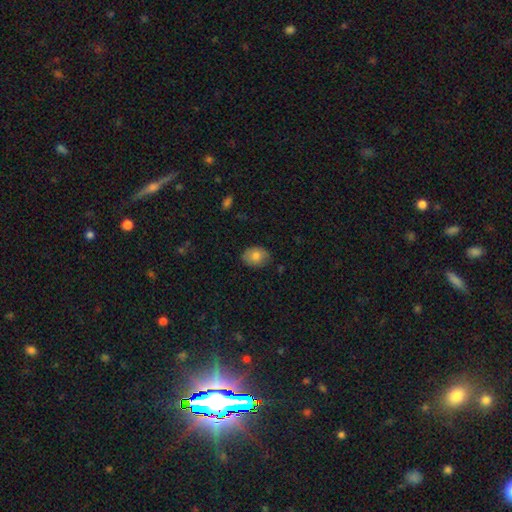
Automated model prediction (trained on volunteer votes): The model was most divided on "how rounded": in between: 68%, round: 31%, cigar-shaped: 1%. More confident: merging — none (82%); smooth or featured — smooth (81%).